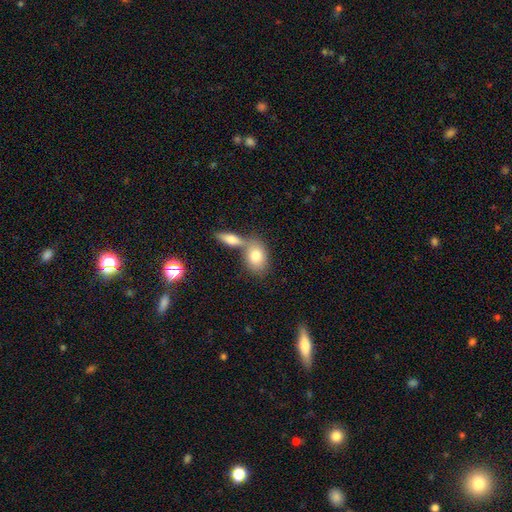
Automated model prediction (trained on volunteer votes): A smooth galaxy with no disk features (78%) that is in between round and cigar-shaped (75%). Merging: merger (45%).